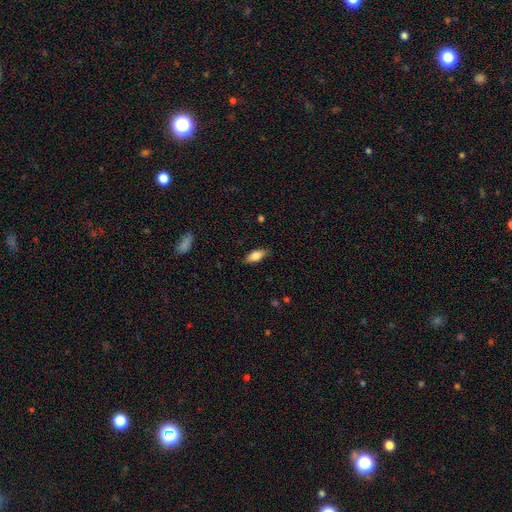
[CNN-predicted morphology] Smooth or featured? Predicted: smooth (p=0.76). How rounded? Predicted: in between (p=0.81). Merging? Predicted: none (p=0.84).